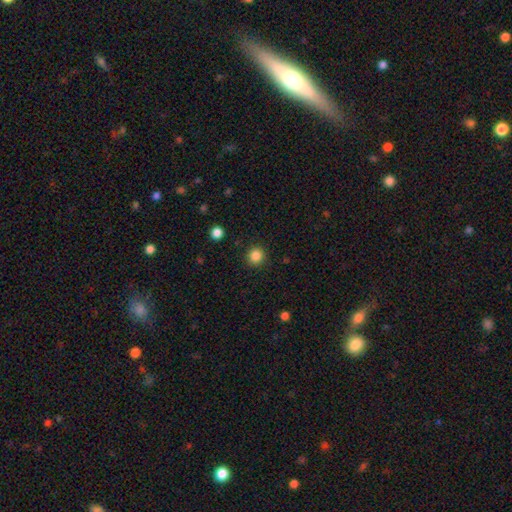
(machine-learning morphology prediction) type=smooth (85%); roundness=round (92%); merging=none (91%).